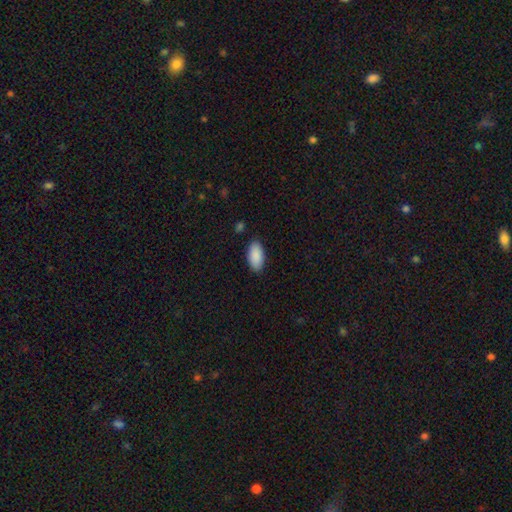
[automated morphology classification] A smooth galaxy with no disk features (90%) that is in between round and cigar-shaped (94%). Merging: none (87%).